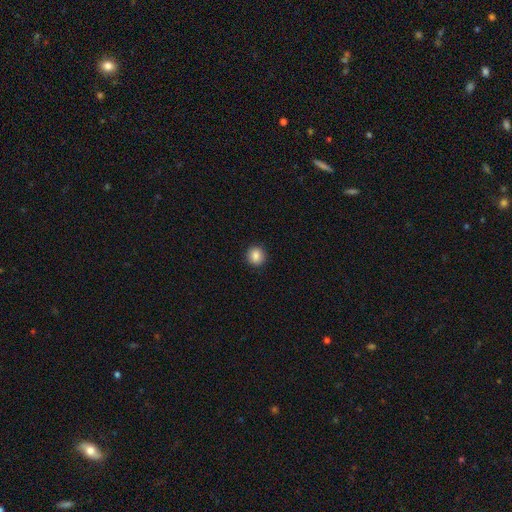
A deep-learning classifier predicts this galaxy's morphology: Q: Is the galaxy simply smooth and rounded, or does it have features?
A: smooth — 86%.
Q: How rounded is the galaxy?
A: round — 89%.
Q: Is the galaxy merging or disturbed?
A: none — 92%.